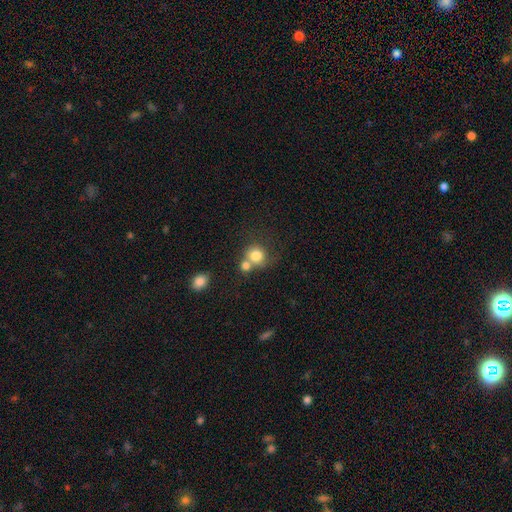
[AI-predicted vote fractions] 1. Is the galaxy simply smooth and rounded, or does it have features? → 80% smooth, 10% featured or disk, 10% star or artifact.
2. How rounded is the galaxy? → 86% round, 14% in between, 1% cigar-shaped.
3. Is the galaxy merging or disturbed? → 46% merger, 40% none, 10% minor disturbance, 5% major disturbance.